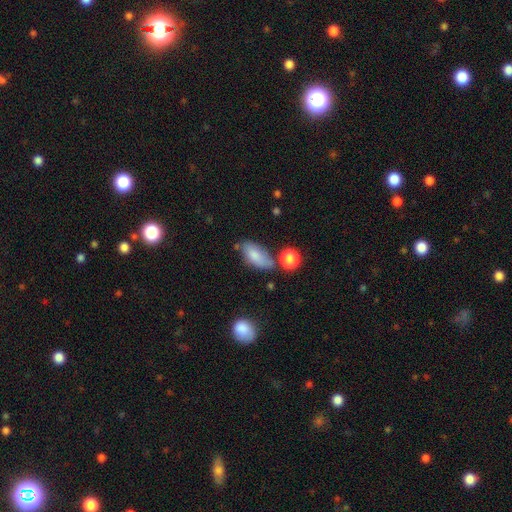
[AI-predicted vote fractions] This appears to be a smooth galaxy with no disk features (77%) that is in between round and cigar-shaped (88%). Merging: none (58%).